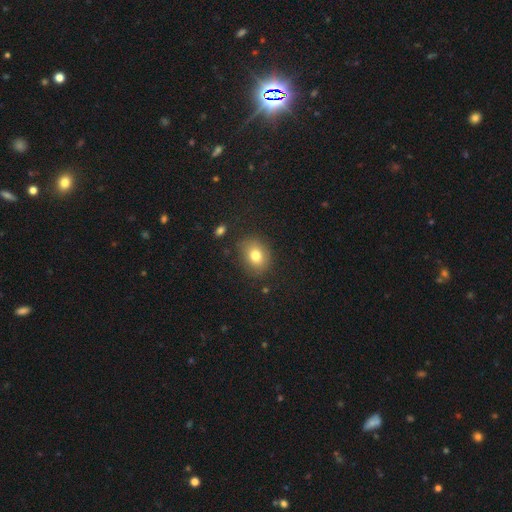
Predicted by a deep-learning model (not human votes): Morphology: type=smooth (78%); roundness=in between (51%); merging=none (80%).